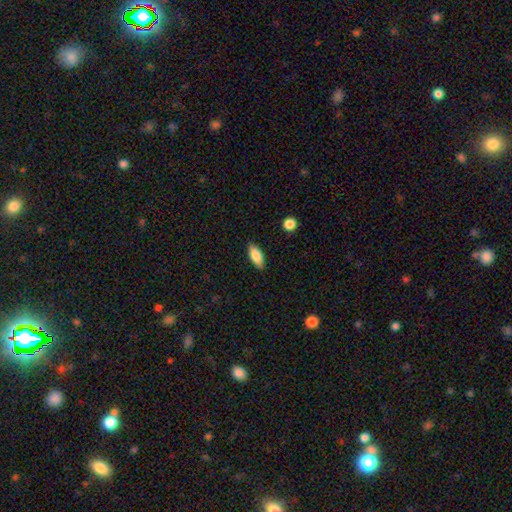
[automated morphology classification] type=smooth (82%); roundness=in between (81%); merging=none (87%).